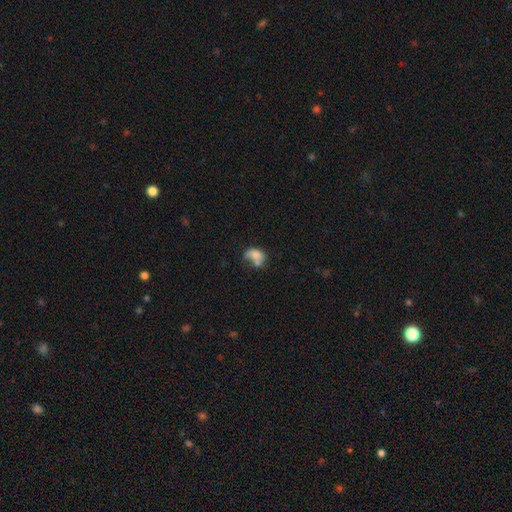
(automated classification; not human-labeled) smooth-or-featured: smooth: 65% | featured or disk: 24% | star or artifact: 11%
  how-rounded: in between: 76% | round: 22% | cigar-shaped: 2%
  merging: merger: 33% | major disturbance: 24% | none: 24% | minor disturbance: 20%